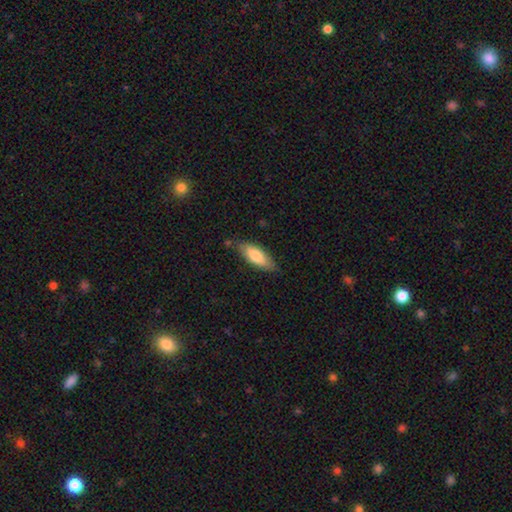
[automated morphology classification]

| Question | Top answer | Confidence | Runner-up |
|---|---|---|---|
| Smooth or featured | smooth | 76% | featured or disk (19%) |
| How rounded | in between | 66% | cigar-shaped (33%) |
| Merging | none | 77% | minor disturbance (17%) |